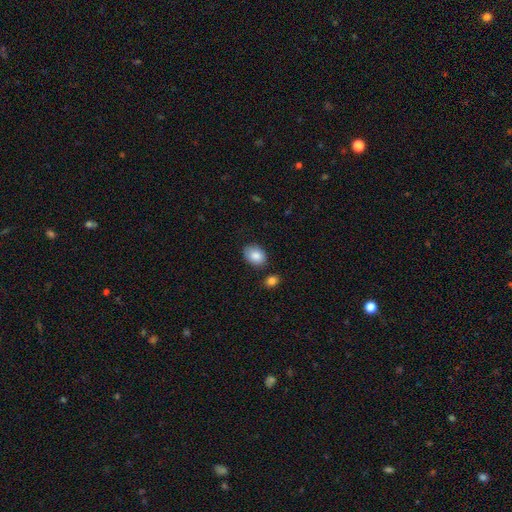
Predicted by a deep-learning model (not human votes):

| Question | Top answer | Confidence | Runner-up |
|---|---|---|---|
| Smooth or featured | smooth | 86% | star or artifact (7%) |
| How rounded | in between | 63% | round (36%) |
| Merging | none | 80% | minor disturbance (13%) |